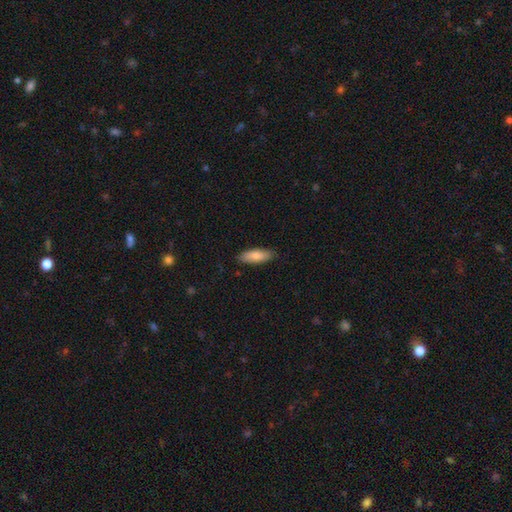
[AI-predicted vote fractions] Overall: smooth (81%). How rounded: in between (66%; cigar-shaped 32%). Merging: none (86%).